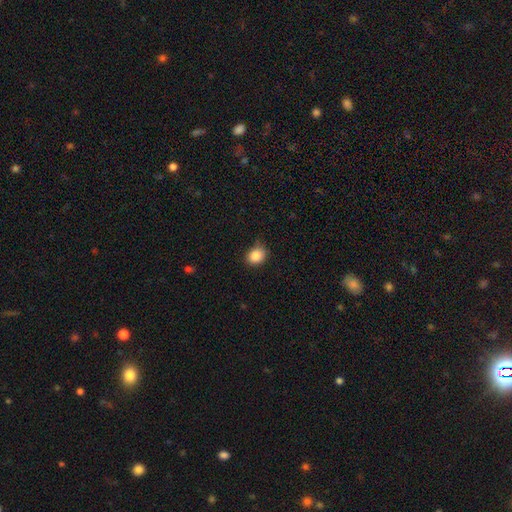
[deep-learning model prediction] Smooth or featured: smooth — 86% (star or artifact — 10%)
How rounded: round — 55% (in between — 44%)
Merging: none — 74% (minor disturbance — 21%)